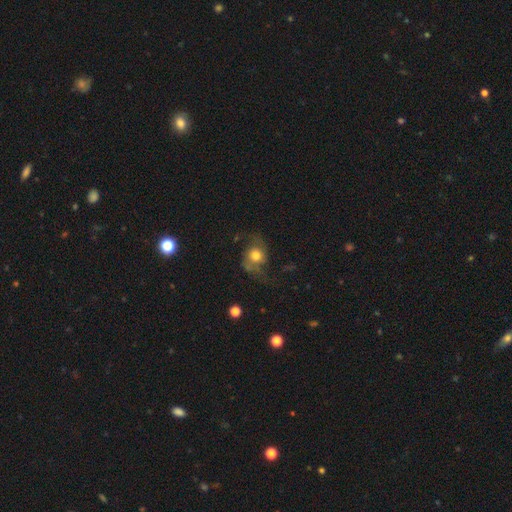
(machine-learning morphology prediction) Overall: featured or disk (51%; smooth 39%). Edge-on disk: no (95%). Merging: none (51%; major disturbance 25%).